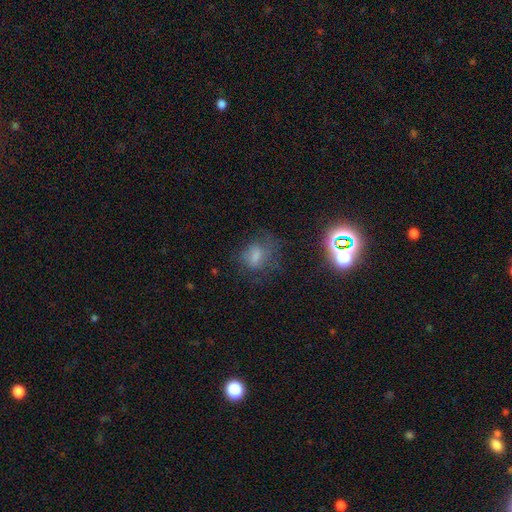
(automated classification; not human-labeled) This appears to be a smooth galaxy with no disk features (48%). Merging: none (57%).